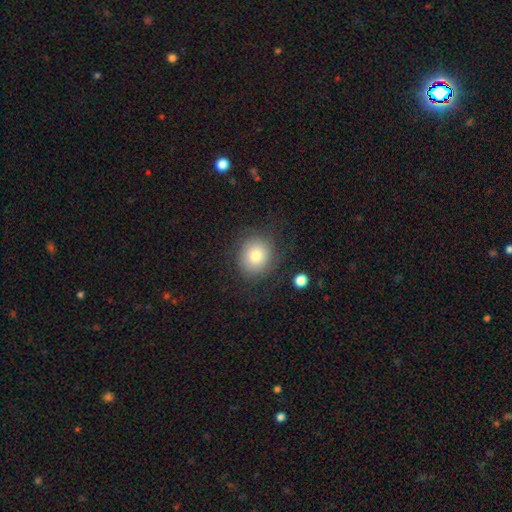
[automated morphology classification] Overall: smooth (74%). How rounded: round (80%). Merging: none (77%).